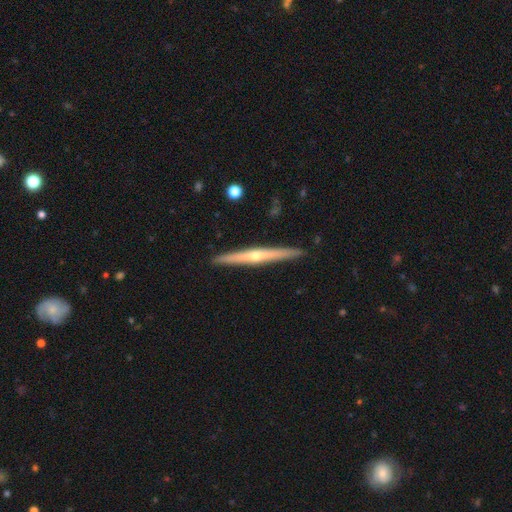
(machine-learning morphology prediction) Smooth or featured? Predicted: featured or disk (p=0.75). Edge-on disk? Predicted: yes (p=0.98). Edge-on bulge? Predicted: rounded (p=0.83). Merging? Predicted: none (p=0.92).